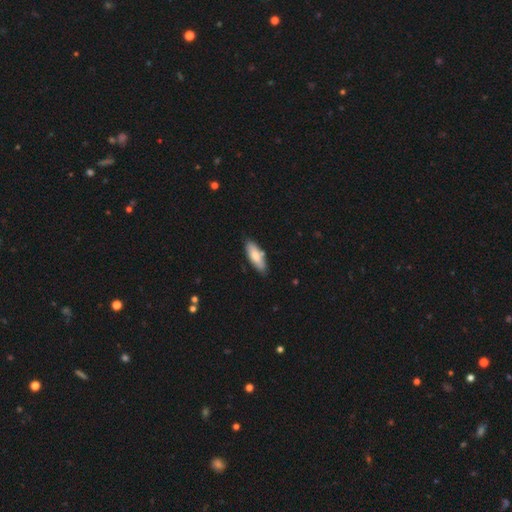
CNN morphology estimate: Q: Smooth or featured?
A: smooth (76%); runner-up: featured or disk (18%)
Q: How rounded?
A: in between (63%); runner-up: cigar-shaped (35%)
Q: Merging?
A: none (79%); runner-up: minor disturbance (14%)